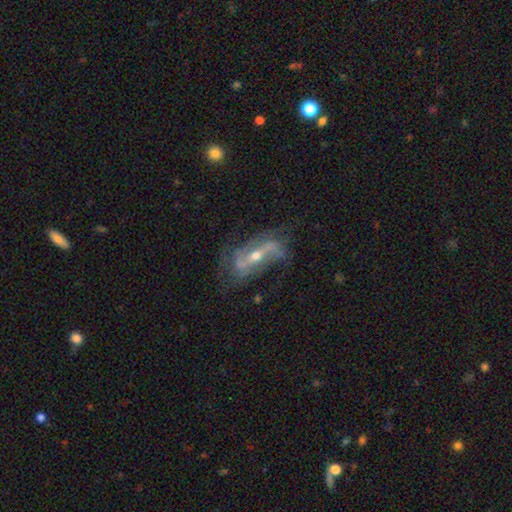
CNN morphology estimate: A featured or disk galaxy (82%) with a strong bar (44%), 2 (74%) loose (57%) spiral arms (90%) and a moderate central bulge (51%).

Vote fractions:
- Smooth or featured? featured or disk: 82% / smooth: 10% / star or artifact: 8%
- Edge-on disk? no: 87% / yes: 13%
- Bar? strong: 44% / weak: 32% / no: 24%
- Spiral arms? yes: 90% / no: 10%
- Spiral winding? loose: 57% / medium: 30% / tight: 14%
- Spiral arm count? 2: 74% / can't tell: 11% / 1: 5% / 3: 5% / 4: 2% / more than 4: 2%
- Bulge size? moderate: 51% / small: 44% / large: 2% / none: 1% / dominant: 1%
- Merging? none: 56% / minor disturbance: 23% / major disturbance: 17% / merger: 3%